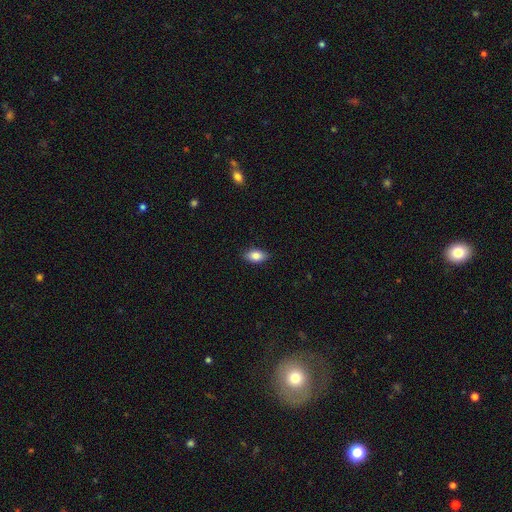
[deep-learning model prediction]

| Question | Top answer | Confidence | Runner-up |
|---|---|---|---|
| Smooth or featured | smooth | 84% | featured or disk (9%) |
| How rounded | in between | 90% | round (7%) |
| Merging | none | 87% | minor disturbance (10%) |